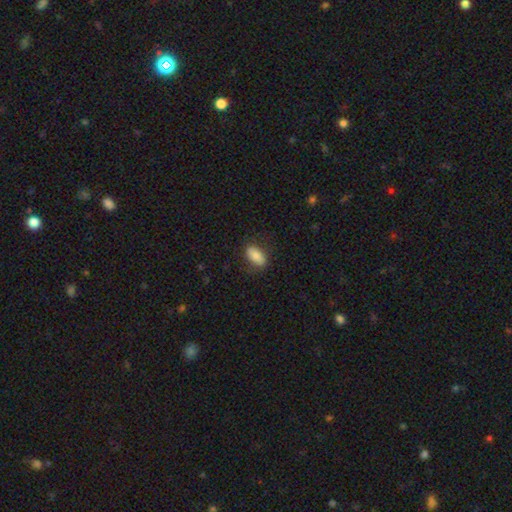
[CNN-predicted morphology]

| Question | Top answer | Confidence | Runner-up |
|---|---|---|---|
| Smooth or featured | smooth | 79% | featured or disk (14%) |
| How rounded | in between | 89% | cigar-shaped (7%) |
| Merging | none | 80% | minor disturbance (15%) |